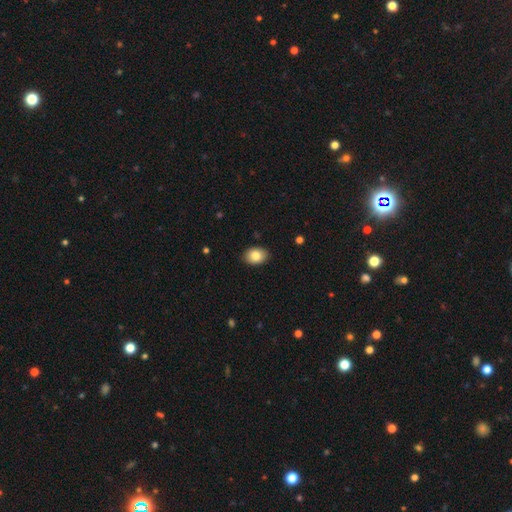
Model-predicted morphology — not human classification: Smooth or featured? Predicted: smooth (p=0.84). How rounded? Predicted: in between (p=0.75). Merging? Predicted: none (p=0.88).